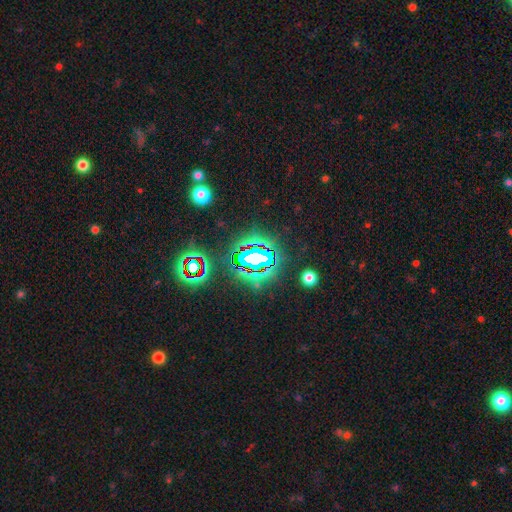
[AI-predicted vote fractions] Smooth or featured?
  - star or artifact: 80% *
  - smooth: 11%
  - featured or disk: 9%